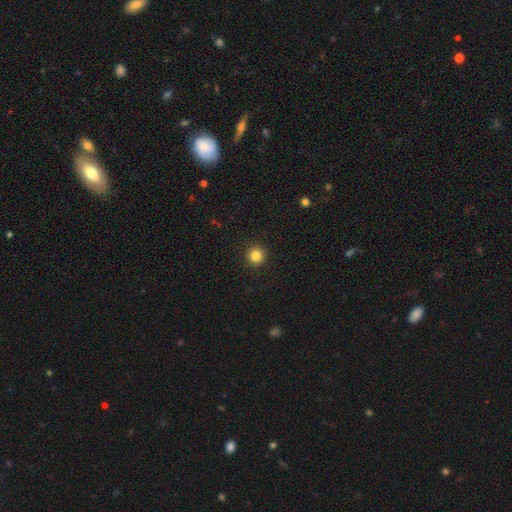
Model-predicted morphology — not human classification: Q: Smooth or featured?
A: smooth (84%); runner-up: star or artifact (11%)
Q: How rounded?
A: round (95%); runner-up: in between (4%)
Q: Merging?
A: none (93%); runner-up: minor disturbance (4%)